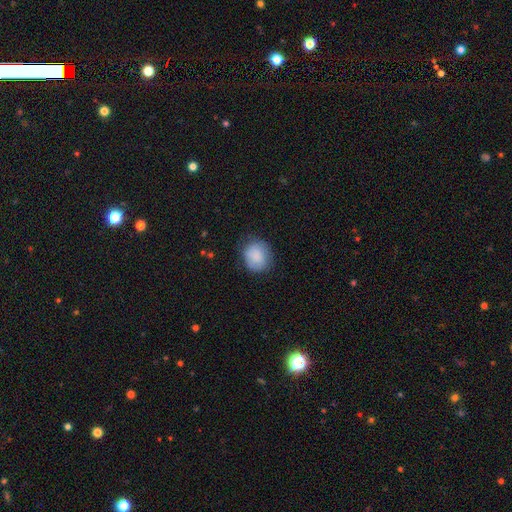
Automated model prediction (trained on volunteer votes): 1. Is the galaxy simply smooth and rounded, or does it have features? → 83% smooth, 10% featured or disk, 7% star or artifact.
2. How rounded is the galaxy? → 68% round, 31% in between, 1% cigar-shaped.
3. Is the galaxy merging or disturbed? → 71% none, 21% minor disturbance, 7% major disturbance, 1% merger.